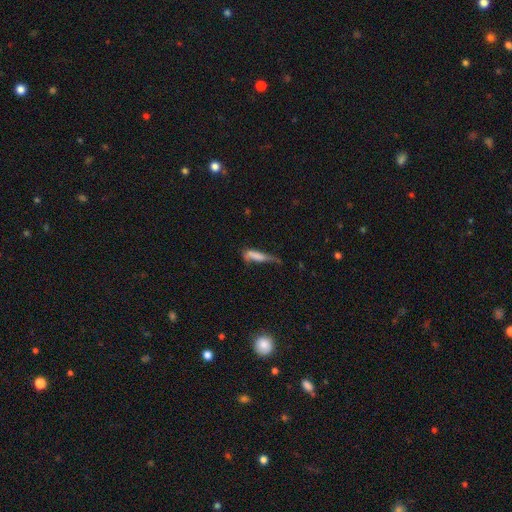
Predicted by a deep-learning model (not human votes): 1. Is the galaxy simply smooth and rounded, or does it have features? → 64% smooth, 26% featured or disk, 10% star or artifact.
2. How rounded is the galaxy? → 71% cigar-shaped, 26% in between, 2% round.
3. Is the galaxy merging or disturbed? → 34% major disturbance, 30% minor disturbance, 25% none, 10% merger.